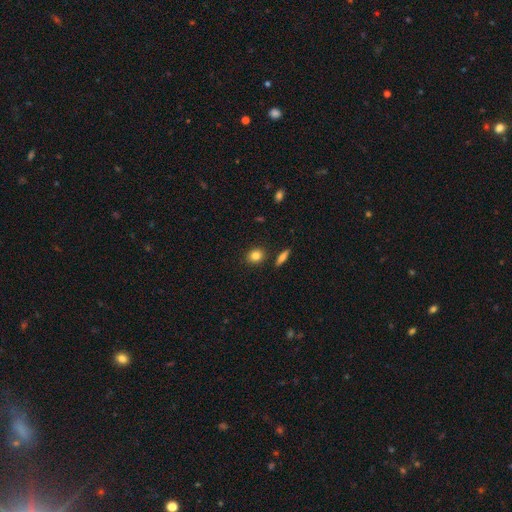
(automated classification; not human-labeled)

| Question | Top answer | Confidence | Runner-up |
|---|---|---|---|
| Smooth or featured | smooth | 84% | star or artifact (10%) |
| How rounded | round | 69% | in between (28%) |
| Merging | none | 86% | minor disturbance (8%) |